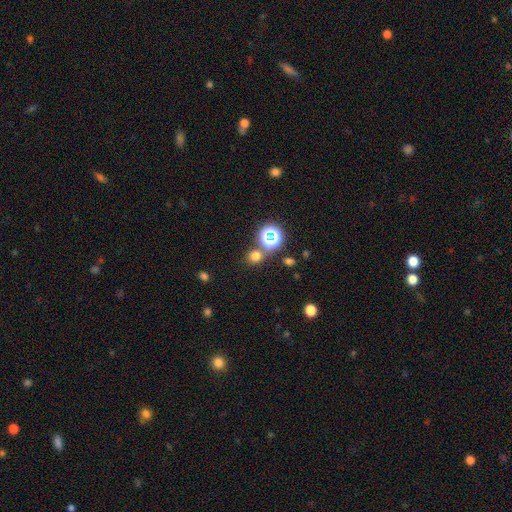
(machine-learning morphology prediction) Smooth or featured? Predicted: smooth (p=0.65). How rounded? Predicted: round (p=0.83). Merging? Predicted: none (p=0.74).